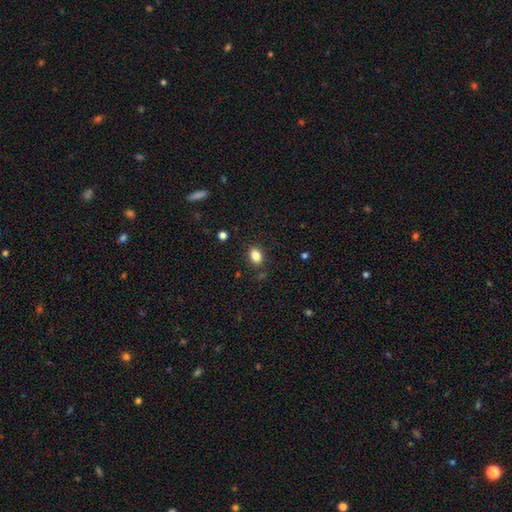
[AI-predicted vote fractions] This appears to be a smooth galaxy with no disk features (84%) that is in between round and cigar-shaped (73%). Merging: none (84%).